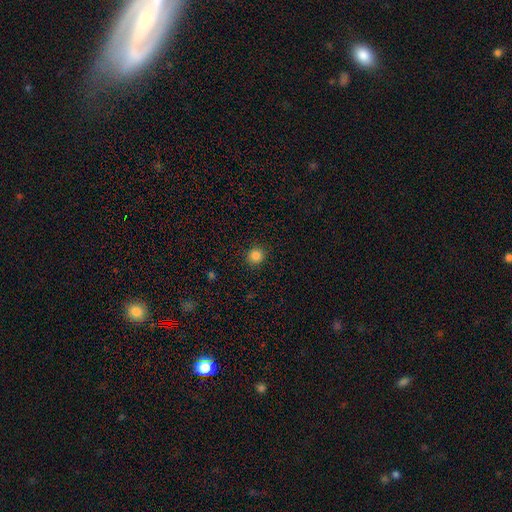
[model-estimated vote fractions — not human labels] Smooth or featured? Predicted: smooth (p=0.84). How rounded? Predicted: round (p=0.93). Merging? Predicted: none (p=0.92).